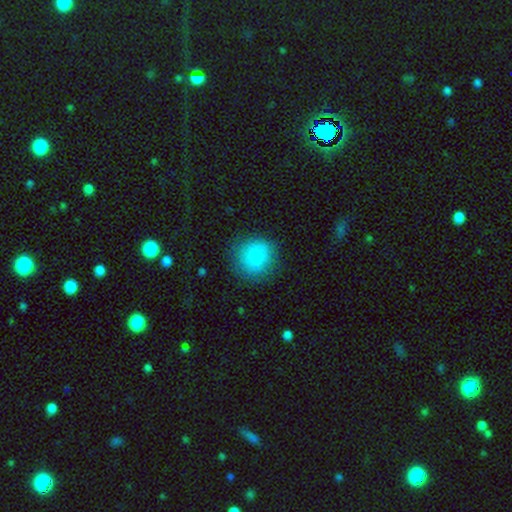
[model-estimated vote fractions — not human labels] A smooth galaxy with no disk features (83%) that is round (91%).

Vote fractions:
- Smooth or featured? smooth: 83% / featured or disk: 9% / star or artifact: 8%
- How rounded? round: 91% / in between: 8% / cigar-shaped: 1%
- Merging? none: 81% / minor disturbance: 13% / major disturbance: 5% / merger: 1%